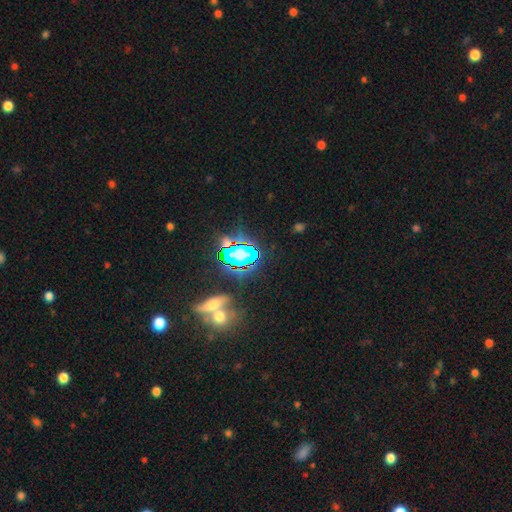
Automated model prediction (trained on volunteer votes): Smooth or featured: star or artifact — 77% (smooth — 13%)